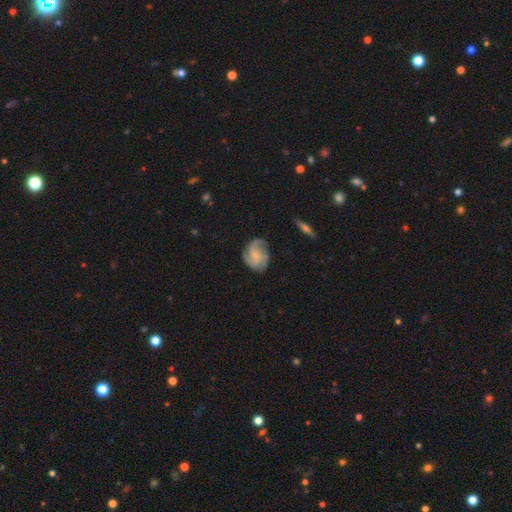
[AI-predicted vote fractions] Smooth or featured? featured or disk (74%)
Edge-on disk? no (98%)
Bar? no (62%)
Spiral arms? yes (94%)
Spiral winding? medium (48%)
Spiral arm count? 3 (52%)
Bulge size? small (48%)
Merging? none (68%)